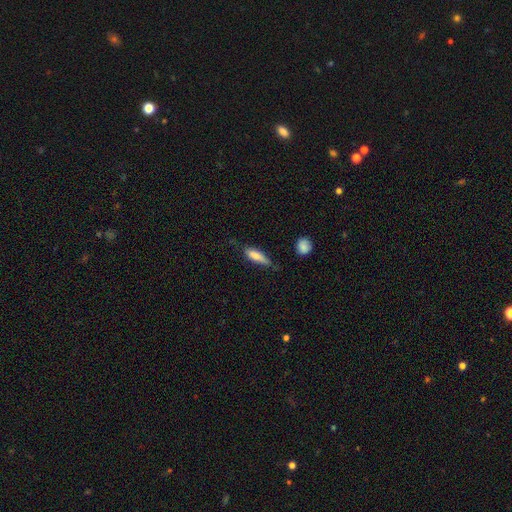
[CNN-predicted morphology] type=smooth (72%); roundness=cigar-shaped (57%); merging=none (55%).